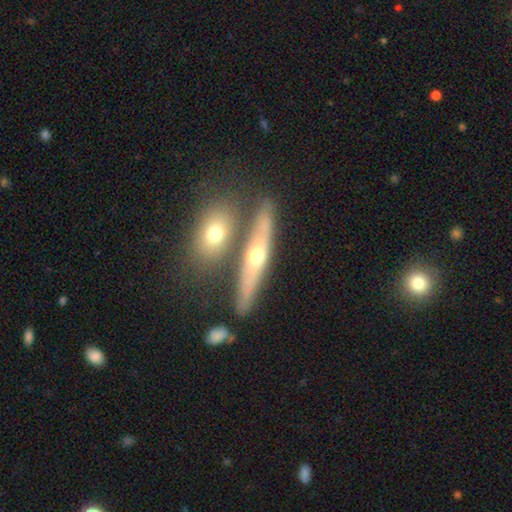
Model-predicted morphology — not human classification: smooth_or_featured: featured or disk (p=0.59) [alt: smooth p=0.33]
disk_edge_on: yes (p=0.81) [alt: no p=0.19]
merging: none (p=0.64) [alt: merger p=0.20]